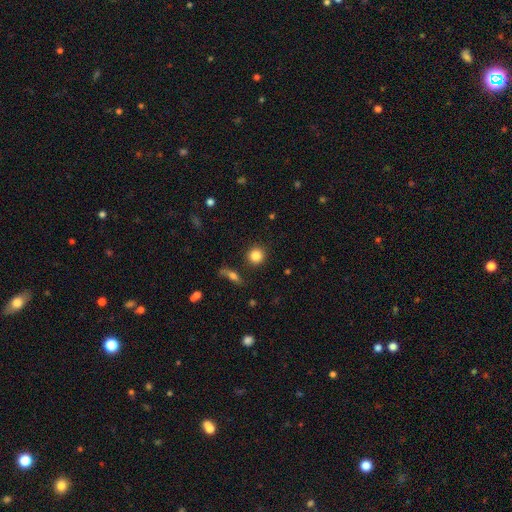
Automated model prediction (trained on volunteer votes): This is clearly a smooth galaxy (84%). How rounded: clearly round (92%). Merging: clearly none (89%).